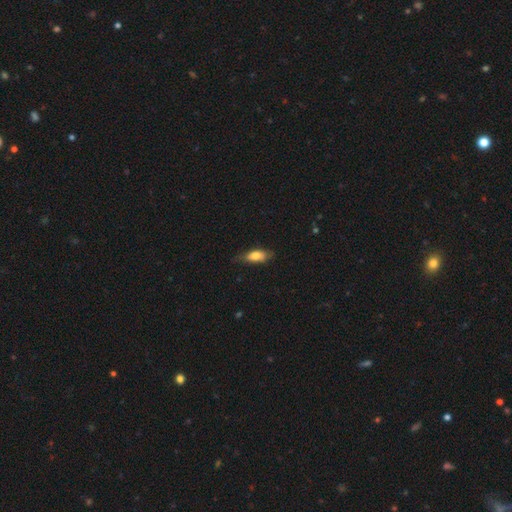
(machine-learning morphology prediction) This appears to be a smooth galaxy with no disk features (75%) that is in between round and cigar-shaped (76%). Merging: none (62%).